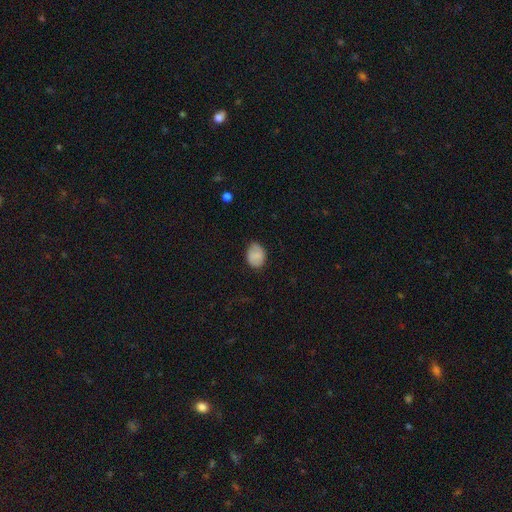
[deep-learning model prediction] smooth_or_featured: smooth (p=0.80) [alt: featured or disk p=0.13]
how_rounded: in between (p=0.65) [alt: round p=0.34]
merging: none (p=0.75) [alt: minor disturbance p=0.20]